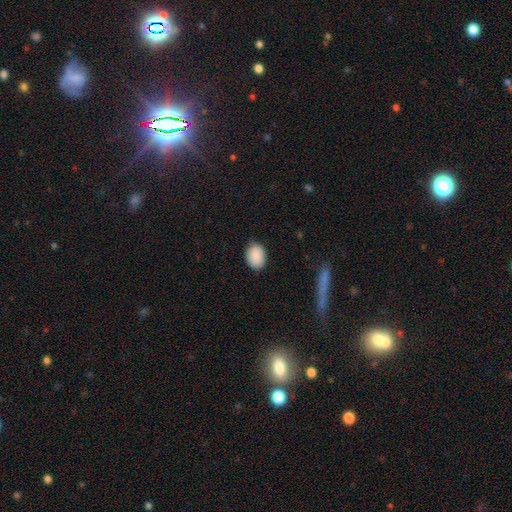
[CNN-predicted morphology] A smooth galaxy with no disk features (89%) that is in between round and cigar-shaped (68%).

Vote fractions:
- Smooth or featured? smooth: 89% / star or artifact: 7% / featured or disk: 3%
- How rounded? in between: 68% / round: 31% / cigar-shaped: 1%
- Merging? none: 82% / minor disturbance: 14% / major disturbance: 3% / merger: 1%